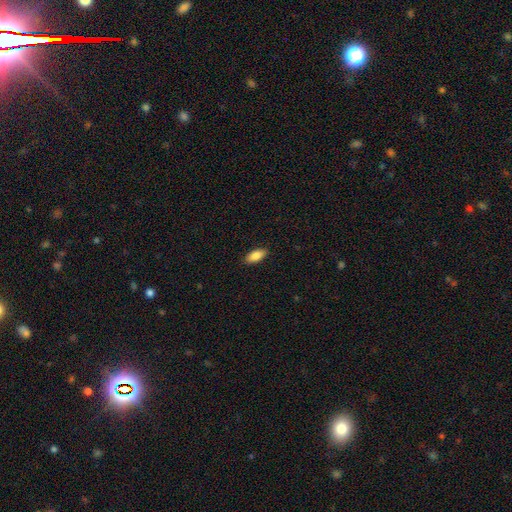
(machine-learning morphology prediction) Smooth or featured: smooth — 86% (featured or disk — 8%)
How rounded: in between — 86% (cigar-shaped — 12%)
Merging: none — 89% (minor disturbance — 8%)